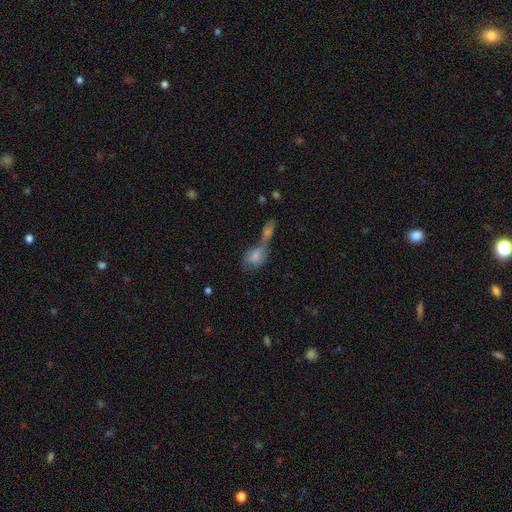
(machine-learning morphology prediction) A smooth galaxy with no disk features (71%) that is in between round and cigar-shaped (77%).

Vote fractions:
- Smooth or featured? smooth: 71% / featured or disk: 20% / star or artifact: 8%
- How rounded? in between: 77% / round: 19% / cigar-shaped: 4%
- Merging? merger: 69% / none: 16% / minor disturbance: 8% / major disturbance: 7%